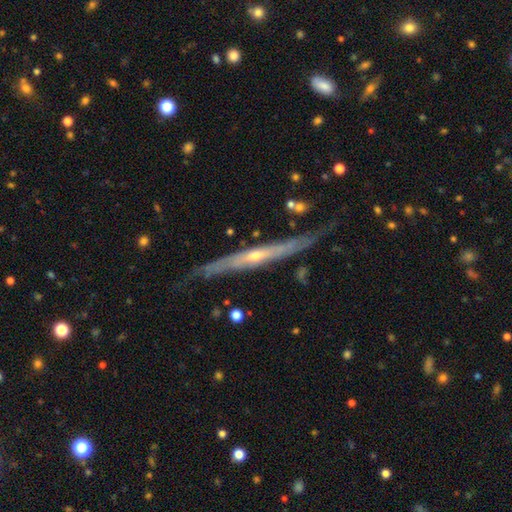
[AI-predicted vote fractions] Smooth or featured? Predicted: featured or disk (p=0.77). Edge-on disk? Predicted: yes (p=0.87). Edge-on bulge? Predicted: rounded (p=0.60). Merging? Predicted: none (p=0.72).